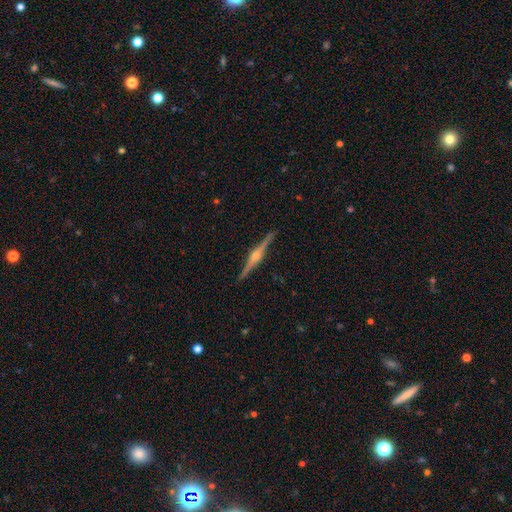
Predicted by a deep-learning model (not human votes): featured or disk 87%, smooth 8%, star or artifact 5%. Down the decision tree: edge-on disk — yes (98%); edge-on bulge — rounded (90%); merging — none (91%).